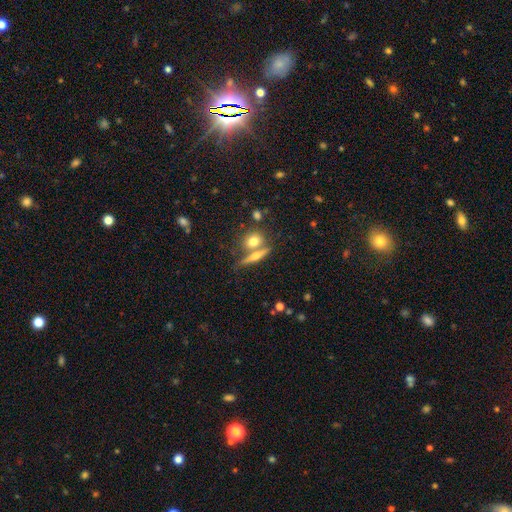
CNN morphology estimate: A featured or disk galaxy (47%). Merging: none (60%).